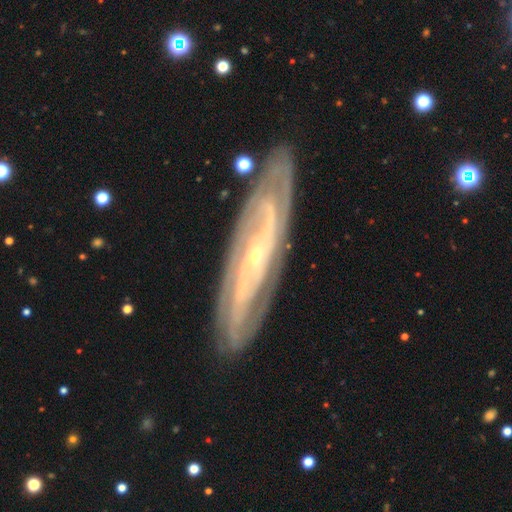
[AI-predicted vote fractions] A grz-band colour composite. It shows a featured or disk galaxy (88%) with no bar (59%), 2 (32%) tight (63%) spiral arms (96%) and a small central bulge (83%). Merging: none (84%).